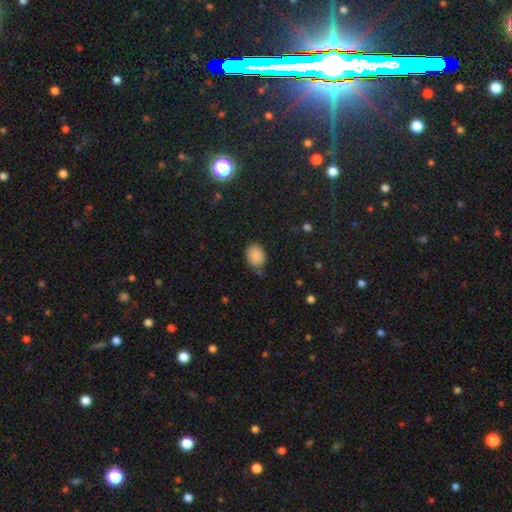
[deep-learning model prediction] Smooth or featured? Predicted: smooth (p=0.87). How rounded? Predicted: in between (p=0.66). Merging? Predicted: none (p=0.57).